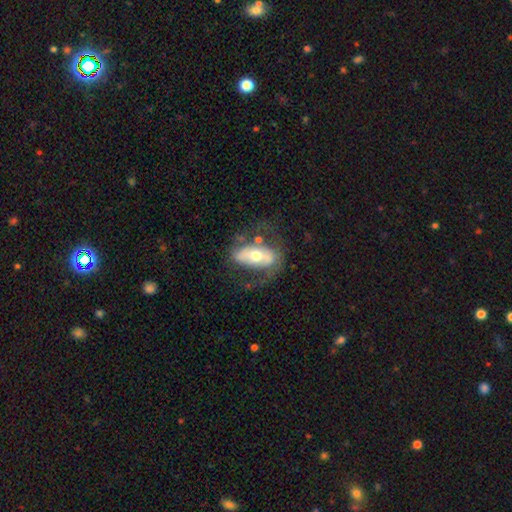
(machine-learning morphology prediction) Smooth or featured: featured or disk — 62% (smooth — 32%)
Edge-on disk: no — 89% (yes — 11%)
Bar: no — 43% (strong — 31%)
Spiral arms: yes — 55% (no — 45%)
Bulge size: moderate — 68% (small — 19%)
Merging: none — 55% (major disturbance — 21%)